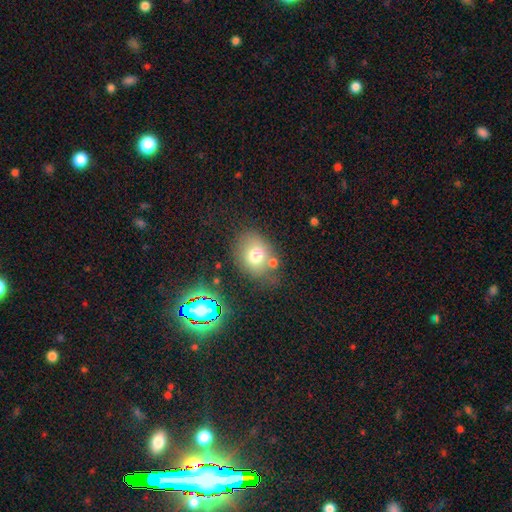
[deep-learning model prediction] This is likely a smooth galaxy (72%). How rounded: possibly in between (53%). Merging: likely none (64%).